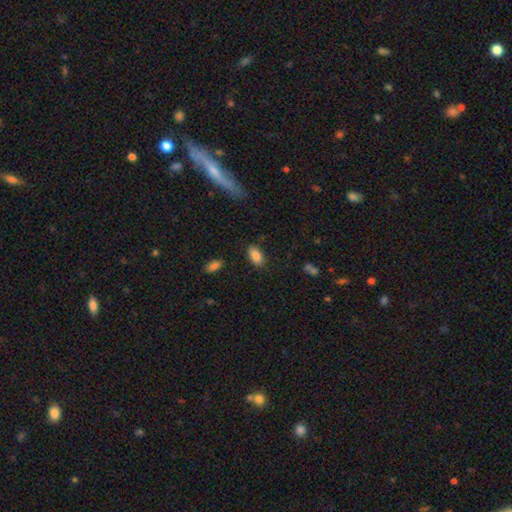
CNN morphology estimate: Smooth or featured? smooth (84%)
How rounded? in between (91%)
Merging? none (85%)